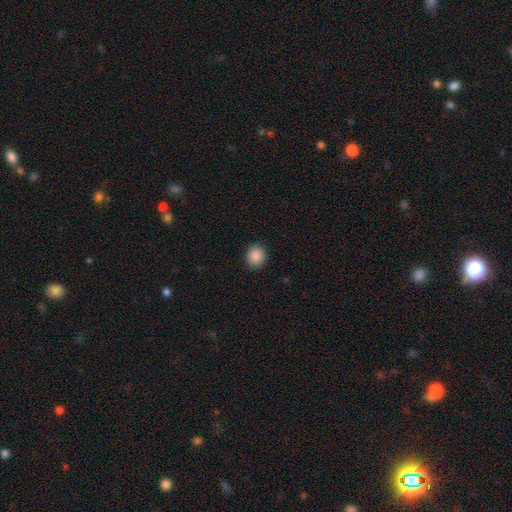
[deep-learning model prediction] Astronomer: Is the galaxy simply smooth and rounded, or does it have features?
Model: smooth — 88%.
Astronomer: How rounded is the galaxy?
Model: round — 79%.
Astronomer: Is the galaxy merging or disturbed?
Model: none — 90%.